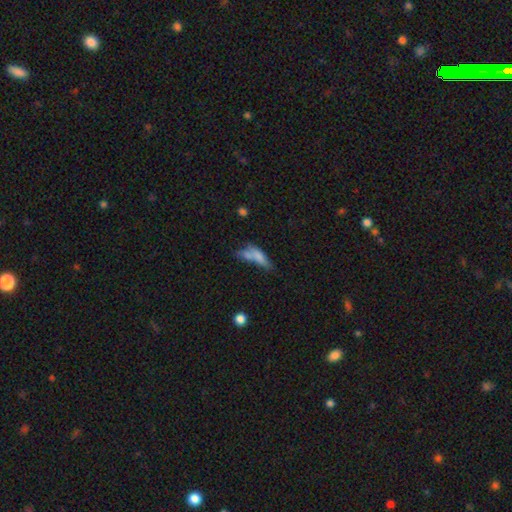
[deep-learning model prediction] This appears to be a smooth galaxy with no disk features (65%) that is in between round and cigar-shaped (50%). Merging: merger (32%).